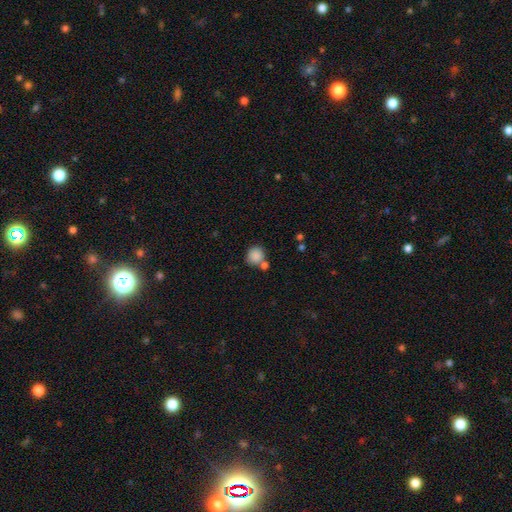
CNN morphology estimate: Smooth or featured? Predicted: smooth (p=0.86). How rounded? Predicted: round (p=0.84). Merging? Predicted: none (p=0.63).